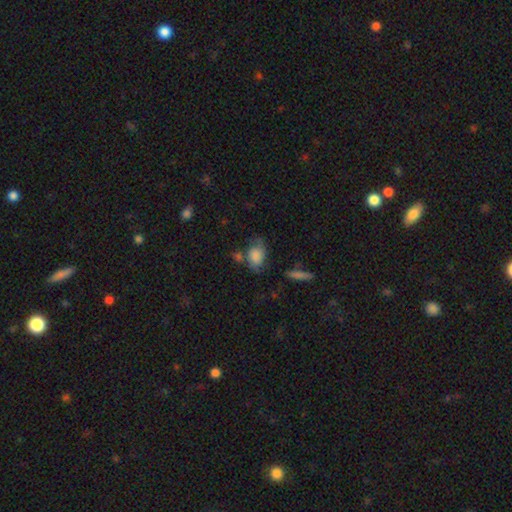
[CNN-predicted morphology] The model was most divided on "merging": none: 45%, minor disturbance: 28%, major disturbance: 16%, merger: 11%. More confident: how rounded — in between (74%); smooth or featured — smooth (67%).